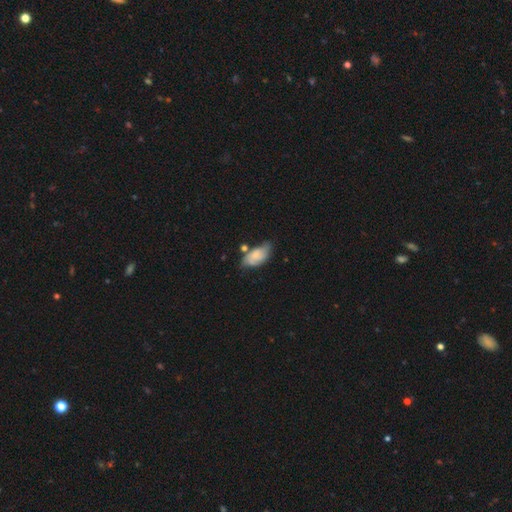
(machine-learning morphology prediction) type=smooth (58%); roundness=in between (91%); merging=none (47%).